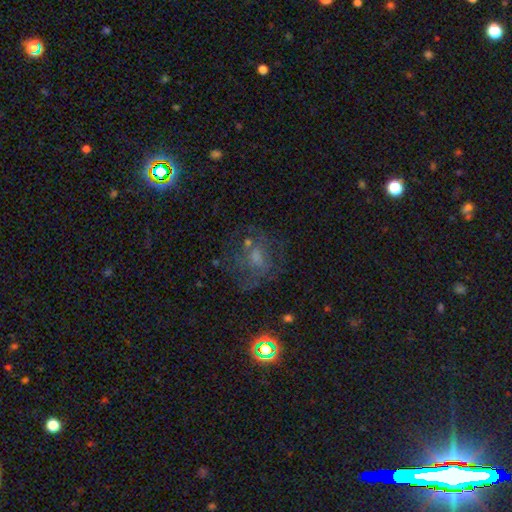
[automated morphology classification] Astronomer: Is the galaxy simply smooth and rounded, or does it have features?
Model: featured or disk — 41% (runner-up: smooth, 30%).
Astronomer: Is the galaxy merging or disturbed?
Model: none — 58%.